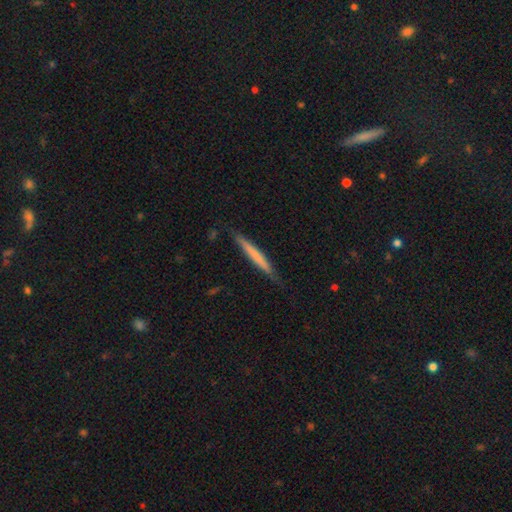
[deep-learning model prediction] Smooth or featured: smooth — 58% (featured or disk — 37%)
How rounded: cigar-shaped — 96% (in between — 2%)
Merging: none — 85% (minor disturbance — 12%)